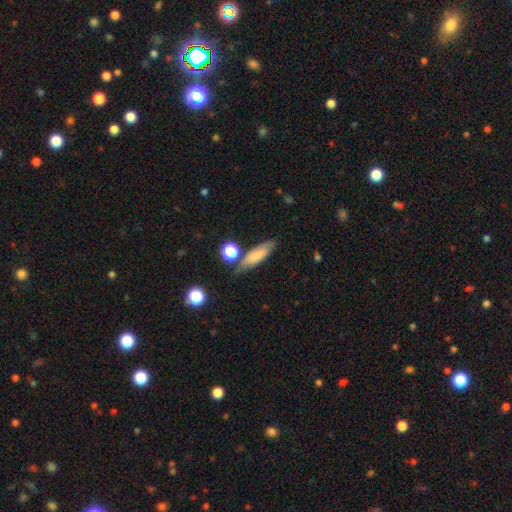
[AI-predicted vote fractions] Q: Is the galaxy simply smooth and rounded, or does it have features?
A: smooth — 75%.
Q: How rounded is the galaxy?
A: cigar-shaped — 53%.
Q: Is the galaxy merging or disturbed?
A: none — 68%.